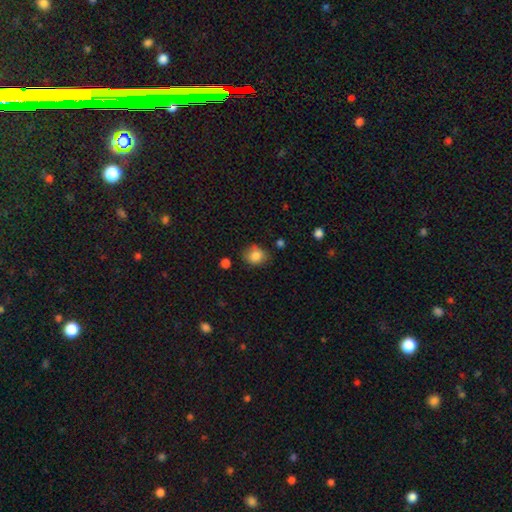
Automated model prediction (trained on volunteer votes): Smooth or featured?
  - smooth: 85% *
  - star or artifact: 9%
  - featured or disk: 6%
How rounded?
  - round: 67% *
  - in between: 32%
  - cigar-shaped: 1%
Merging?
  - none: 73% *
  - minor disturbance: 20%
  - major disturbance: 4%
  - merger: 3%